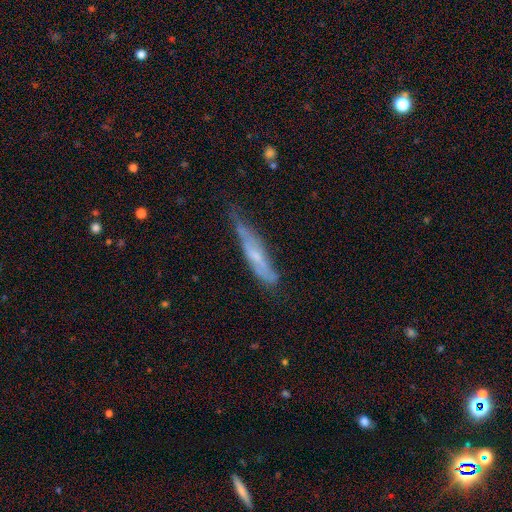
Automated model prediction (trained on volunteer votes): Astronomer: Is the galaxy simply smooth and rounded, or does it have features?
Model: featured or disk — 50% (runner-up: smooth, 43%).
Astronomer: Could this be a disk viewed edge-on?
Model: yes — 68%.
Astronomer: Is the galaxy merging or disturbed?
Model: none — 49% (runner-up: minor disturbance, 37%).